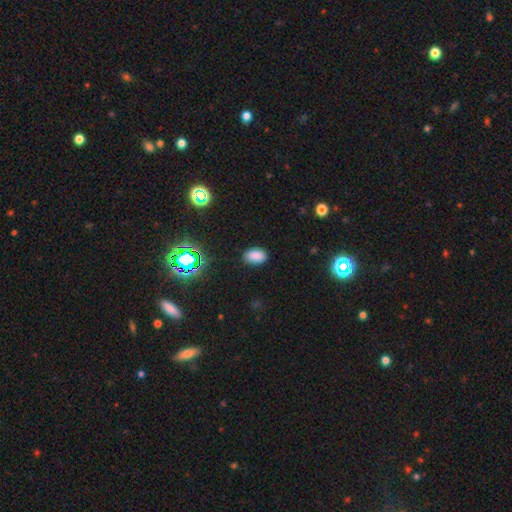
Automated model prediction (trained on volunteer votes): A smooth galaxy with no disk features (82%) that is in between round and cigar-shaped (91%). Merging: none (86%).